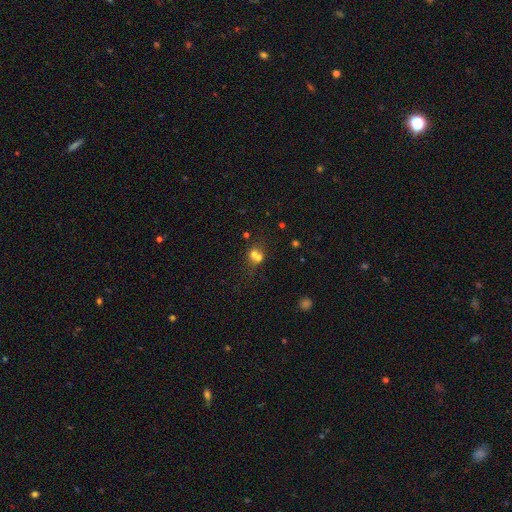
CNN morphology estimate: The model was most divided on "merging": merger: 59%, none: 31%, minor disturbance: 7%, major disturbance: 4%. More confident: how rounded — round (72%); smooth or featured — smooth (62%).